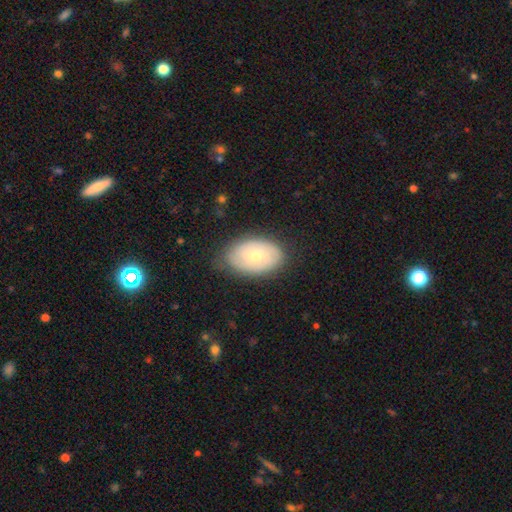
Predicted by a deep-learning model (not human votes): Smooth or featured: featured or disk — 49% (smooth — 45%)
Merging: none — 75% (minor disturbance — 19%)